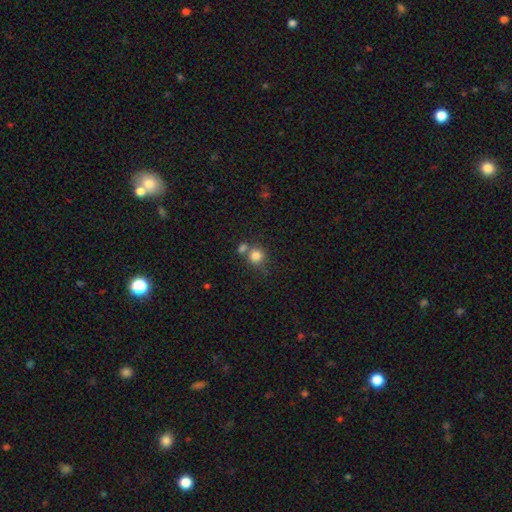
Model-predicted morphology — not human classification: Smooth or featured? Predicted: smooth (p=0.83). How rounded? Predicted: round (p=0.88). Merging? Predicted: none (p=0.58).